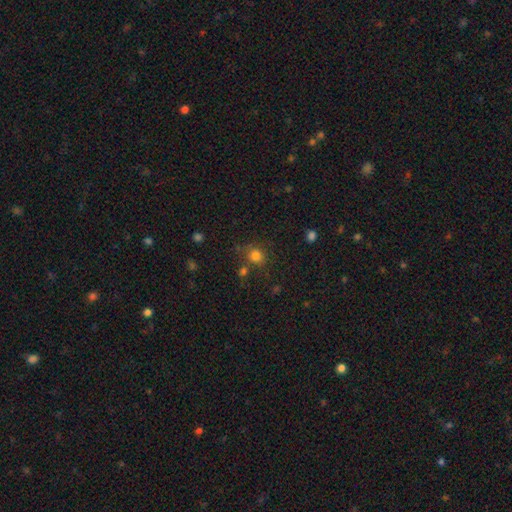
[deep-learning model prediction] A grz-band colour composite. It shows a smooth galaxy with no disk features (79%) that is round (82%). Merging: none (72%).